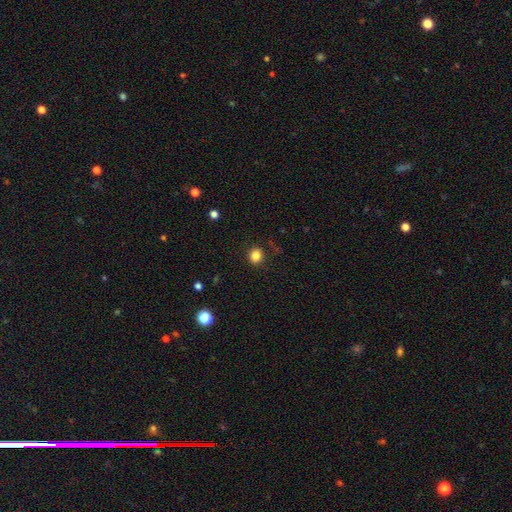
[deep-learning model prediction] Smooth or featured? smooth (84%)
How rounded? round (82%)
Merging? none (89%)